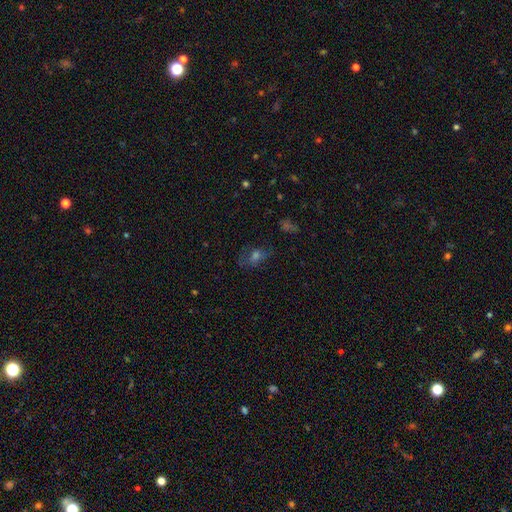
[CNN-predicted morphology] This is marginally a smooth galaxy (41%). Merging: likely none (60%).